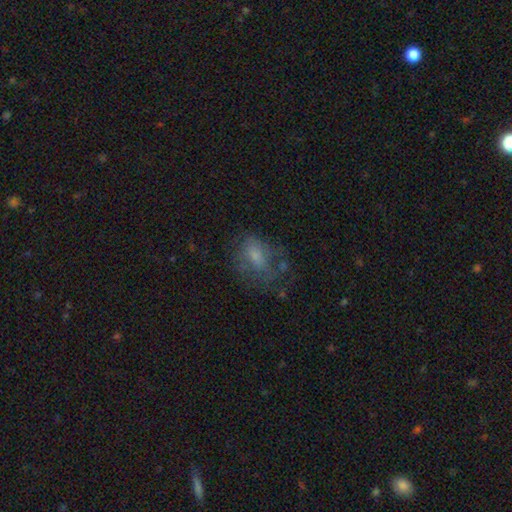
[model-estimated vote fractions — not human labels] This appears to be a smooth galaxy with no disk features (58%) that is in between round and cigar-shaped (75%). Merging: none (43%).